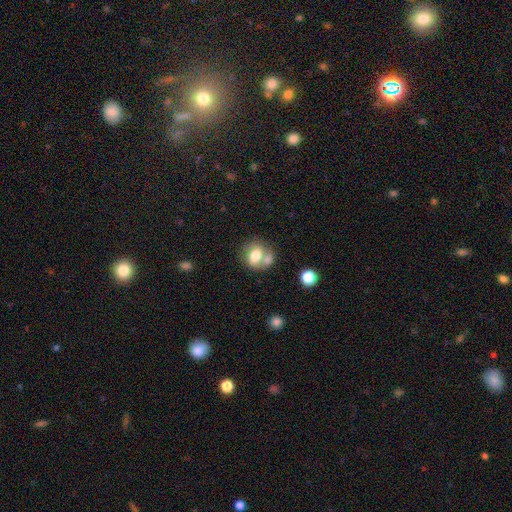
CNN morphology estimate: smooth 68%, featured or disk 23%, star or artifact 9%. Down the decision tree: how rounded — round (51%); merging — merger (44%).